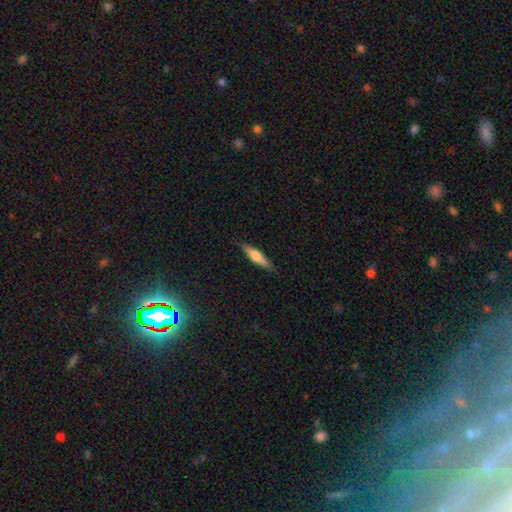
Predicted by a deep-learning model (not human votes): Smooth or featured? smooth (48%)
Merging? none (87%)